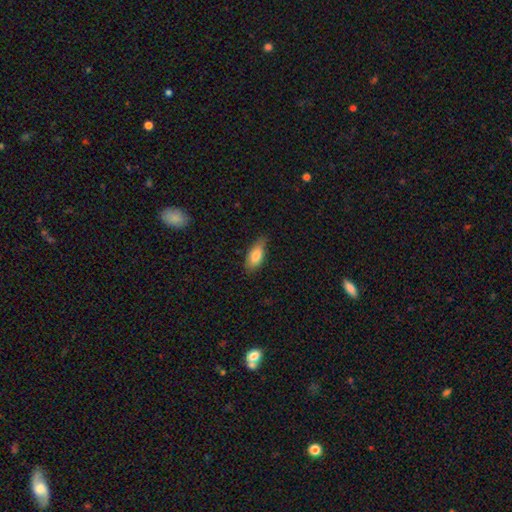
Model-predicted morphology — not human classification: This appears to be a smooth galaxy with no disk features (79%) that is in between round and cigar-shaped (82%). Merging: none (73%).